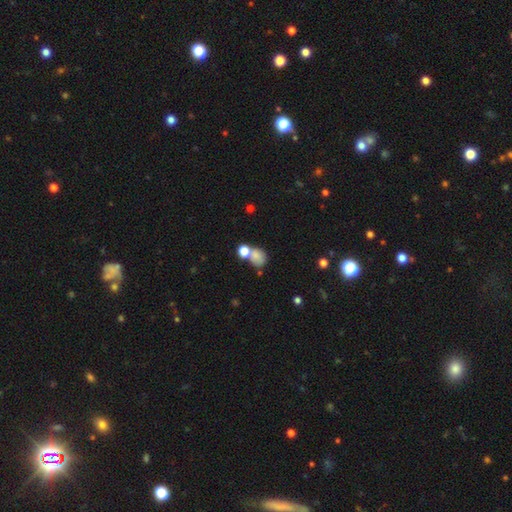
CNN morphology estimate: Smooth or featured? smooth (77%)
How rounded? round (60%)
Merging? none (42%)